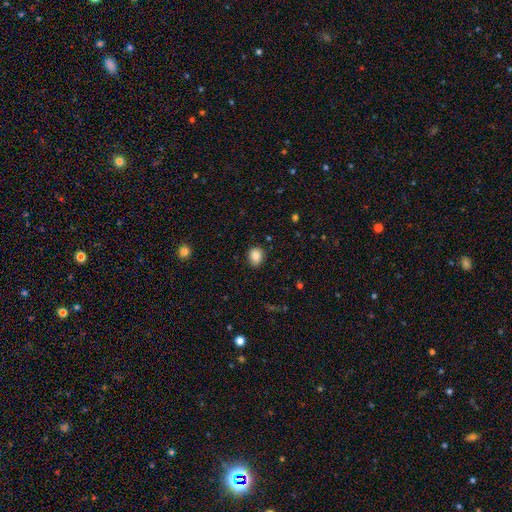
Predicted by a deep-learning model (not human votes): smooth 86%, star or artifact 9%, featured or disk 5%. Down the decision tree: how rounded — round (52%); merging — none (83%).